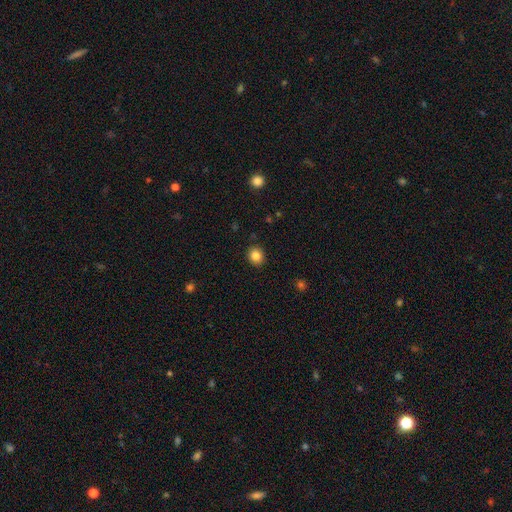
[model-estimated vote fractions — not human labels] Smooth or featured? Predicted: smooth (p=0.84). How rounded? Predicted: round (p=0.77). Merging? Predicted: none (p=0.91).